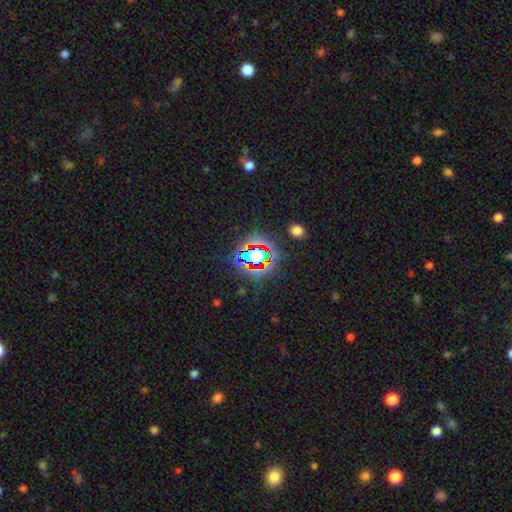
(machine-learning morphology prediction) type=star or artifact (68%).